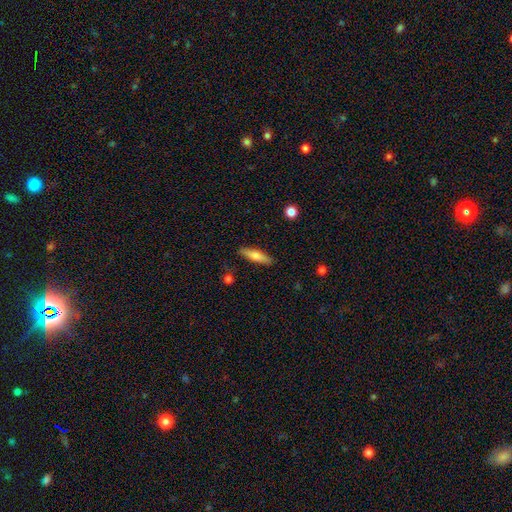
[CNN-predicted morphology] A smooth galaxy with no disk features (69%) that is cigar-shaped (73%).

Vote fractions:
- Smooth or featured? smooth: 69% / featured or disk: 25% / star or artifact: 6%
- How rounded? cigar-shaped: 73% / in between: 25% / round: 2%
- Merging? none: 87% / minor disturbance: 10% / major disturbance: 2% / merger: 2%